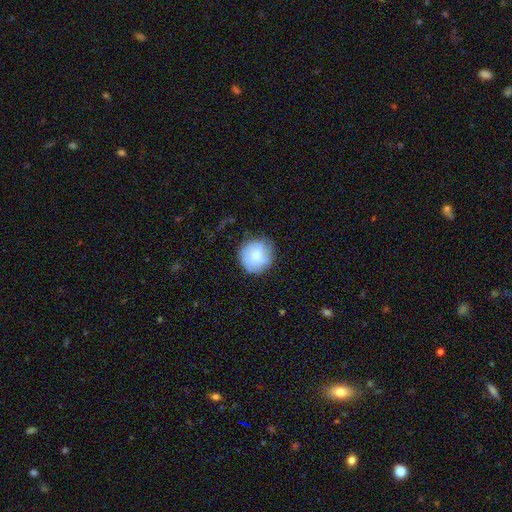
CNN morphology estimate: Smooth or featured: smooth — 68% (featured or disk — 24%)
How rounded: round — 92% (in between — 8%)
Merging: none — 73% (minor disturbance — 19%)